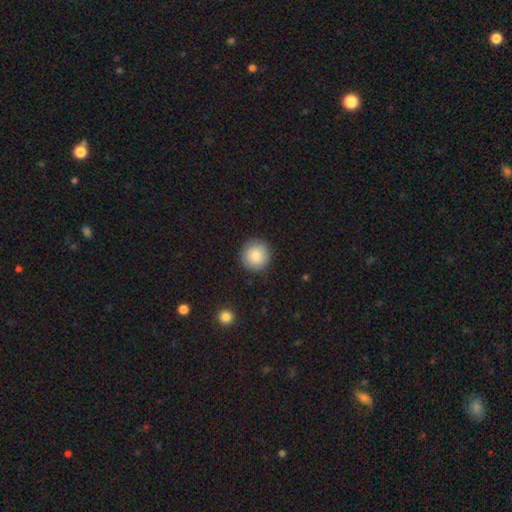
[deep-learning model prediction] smooth 84%, featured or disk 8%, star or artifact 8%. Down the decision tree: how rounded — round (94%); merging — none (88%).